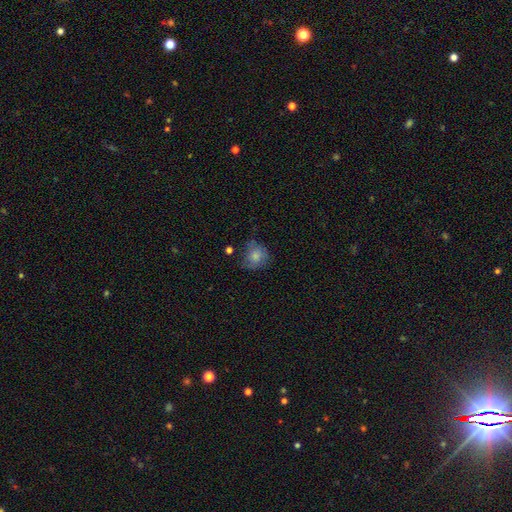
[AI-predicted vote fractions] smooth-or-featured: smooth: 78% | featured or disk: 13% | star or artifact: 9%
  how-rounded: round: 78% | in between: 21% | cigar-shaped: 1%
  merging: none: 60% | minor disturbance: 27% | major disturbance: 10% | merger: 3%